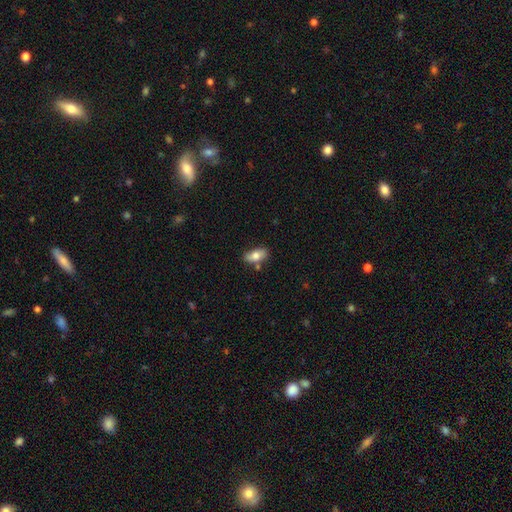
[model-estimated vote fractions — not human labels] smooth 76%, featured or disk 16%, star or artifact 7%. Down the decision tree: how rounded — in between (90%); merging — none (71%).